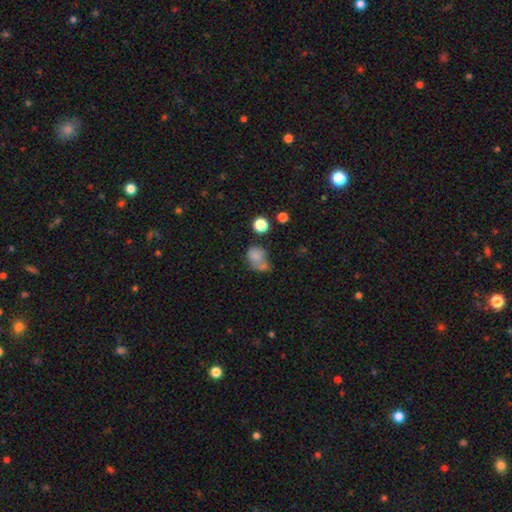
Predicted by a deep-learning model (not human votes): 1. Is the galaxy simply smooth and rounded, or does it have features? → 74% smooth, 13% featured or disk, 12% star or artifact.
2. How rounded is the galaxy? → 55% in between, 44% round, 1% cigar-shaped.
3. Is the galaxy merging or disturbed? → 34% none, 29% merger, 22% minor disturbance, 14% major disturbance.